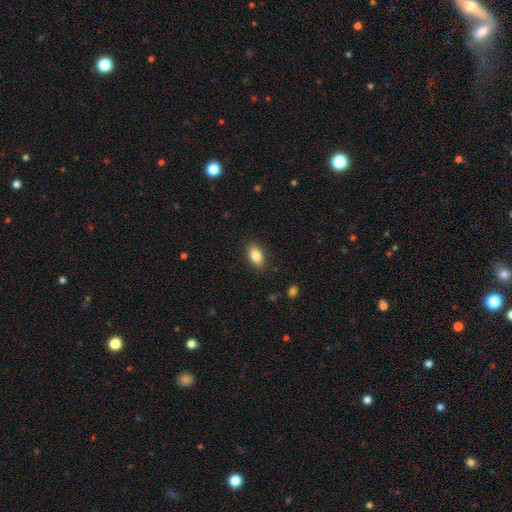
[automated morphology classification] smooth 85%, star or artifact 8%, featured or disk 7%. Down the decision tree: how rounded — in between (90%); merging — none (87%).